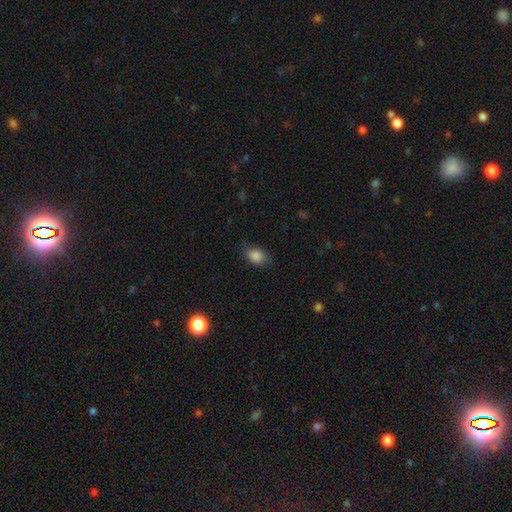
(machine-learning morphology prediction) smooth-or-featured: smooth: 86% | star or artifact: 9% | featured or disk: 6%
  how-rounded: in between: 69% | round: 30% | cigar-shaped: 1%
  merging: none: 67% | minor disturbance: 26% | major disturbance: 7% | merger: 1%